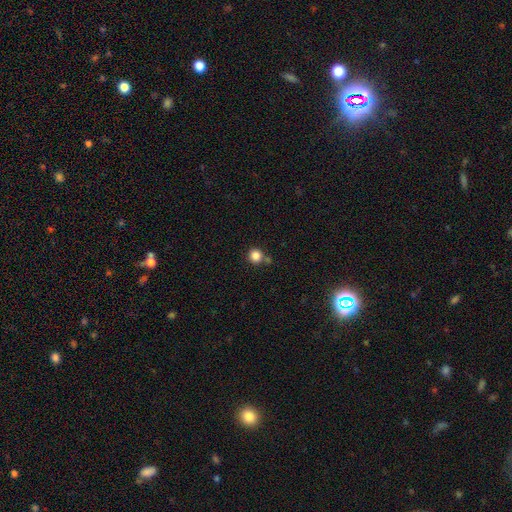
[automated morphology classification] The model was most divided on "merging": none: 73%, merger: 13%, minor disturbance: 10%, major disturbance: 3%. More confident: how rounded — round (93%); smooth or featured — smooth (84%).